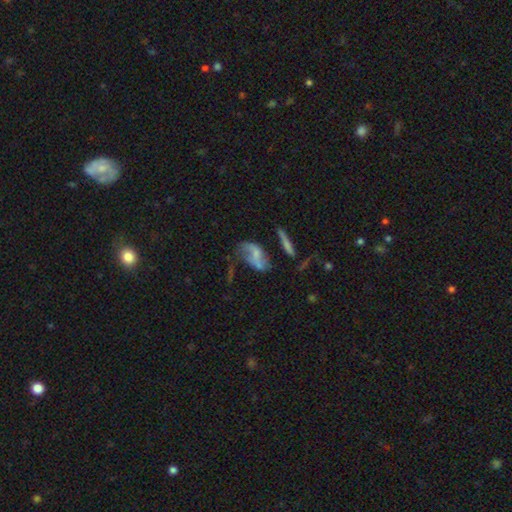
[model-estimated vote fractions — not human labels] This is possibly a featured or disk galaxy (51%). It is clearly not viewed edge-on (90%). Merging: marginally none (38%).